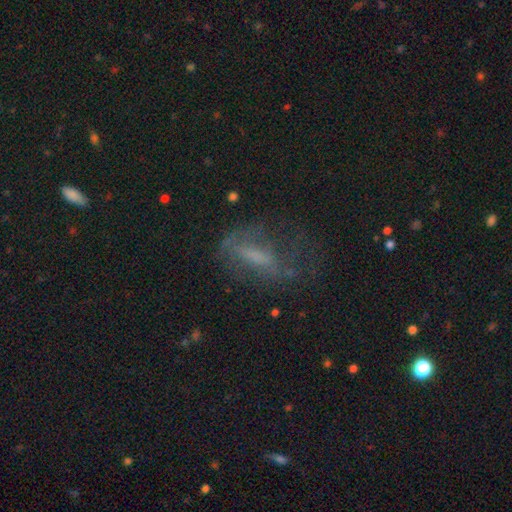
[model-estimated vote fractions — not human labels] This is marginally a featured or disk galaxy (44%). Merging: possibly none (46%).